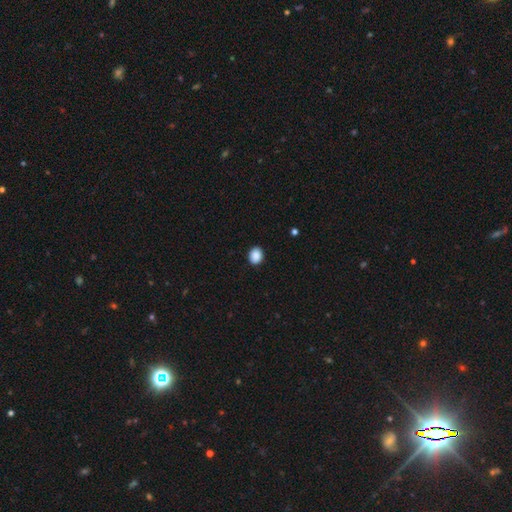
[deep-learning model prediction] smooth 90%, star or artifact 8%, featured or disk 2%. Down the decision tree: how rounded — in between (51%); merging — none (91%).